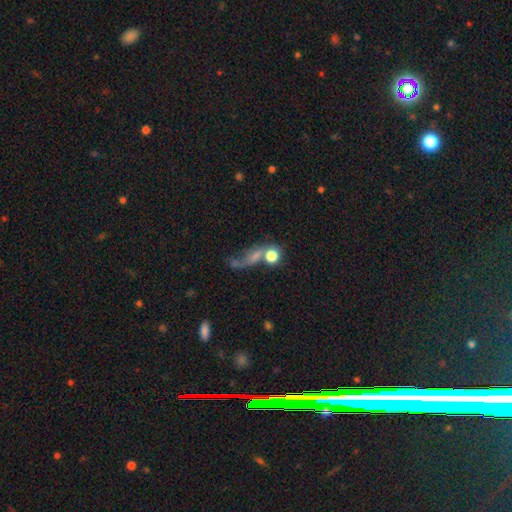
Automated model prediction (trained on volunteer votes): A smooth galaxy with no disk features (46%). Merging: none (31%).